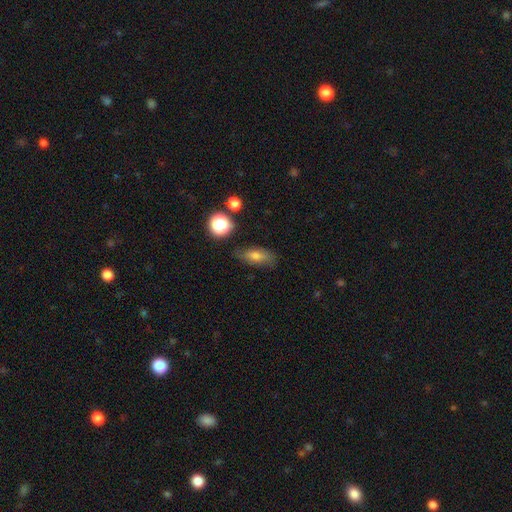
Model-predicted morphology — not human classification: This is likely a smooth galaxy (68%). How rounded: likely in between (69%). Merging: likely none (73%).